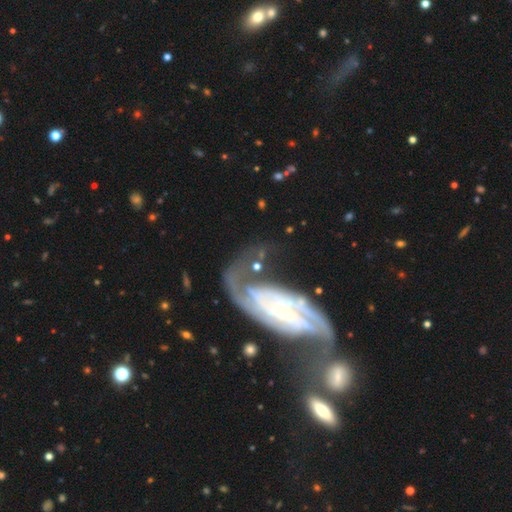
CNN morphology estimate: Smooth or featured: featured or disk — 90% (smooth — 5%)
Edge-on disk: no — 95% (yes — 5%)
Bar: no — 47% (weak — 32%)
Spiral arms: yes — 97% (no — 3%)
Spiral winding: medium — 45% (tight — 36%)
Spiral arm count: 2 — 78% (can't tell — 8%)
Bulge size: small — 79% (moderate — 14%)
Merging: none — 47% (merger — 19%)